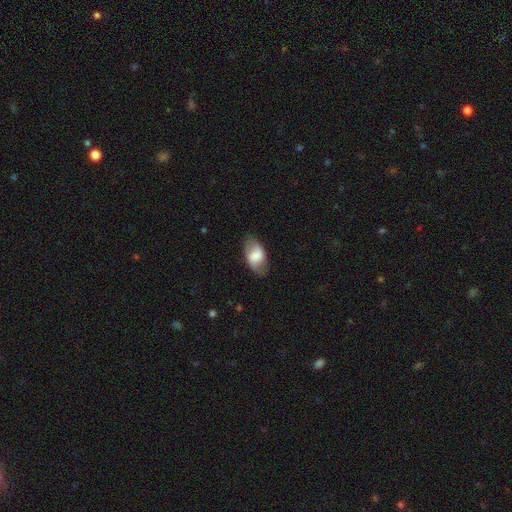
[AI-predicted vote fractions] A smooth galaxy with no disk features (65%) that is in between round and cigar-shaped (92%).

Vote fractions:
- Smooth or featured? smooth: 65% / featured or disk: 28% / star or artifact: 7%
- How rounded? in between: 92% / round: 5% / cigar-shaped: 3%
- Merging? none: 77% / minor disturbance: 17% / major disturbance: 6% / merger: 1%